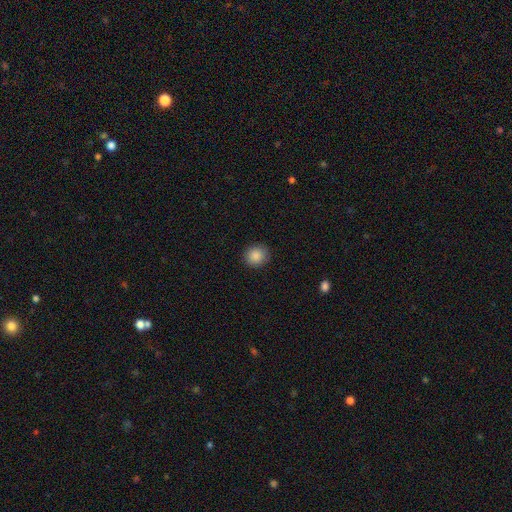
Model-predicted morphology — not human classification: Overall: smooth (87%). How rounded: round (84%). Merging: none (90%).